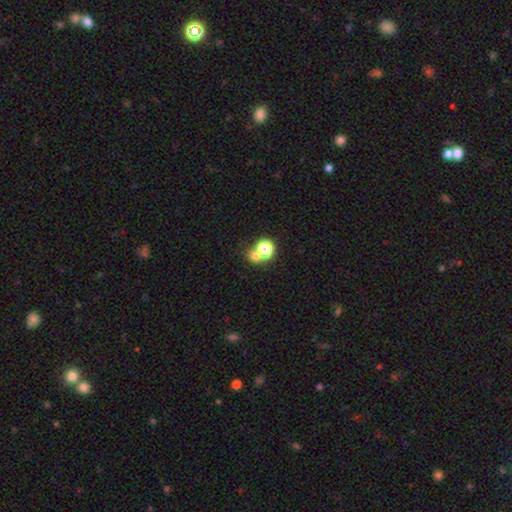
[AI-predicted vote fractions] smooth_or_featured: smooth (p=0.65) [alt: star or artifact p=0.25]
how_rounded: round (p=0.75) [alt: in between p=0.23]
merging: none (p=0.49) [alt: merger p=0.39]